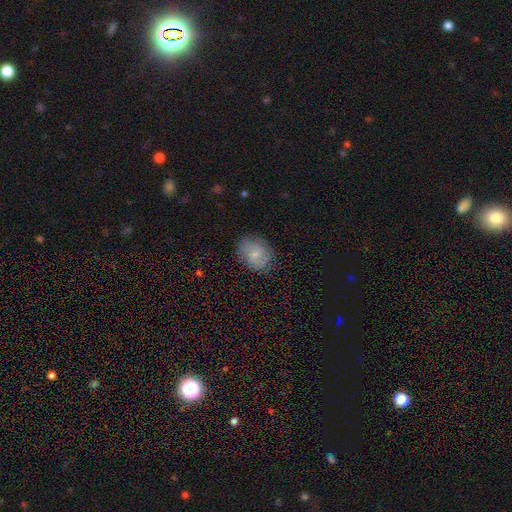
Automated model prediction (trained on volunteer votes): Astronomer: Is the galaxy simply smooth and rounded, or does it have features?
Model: smooth — 75%.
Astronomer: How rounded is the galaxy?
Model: in between — 59% (runner-up: round, 39%).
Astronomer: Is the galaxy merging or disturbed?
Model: none — 80%.